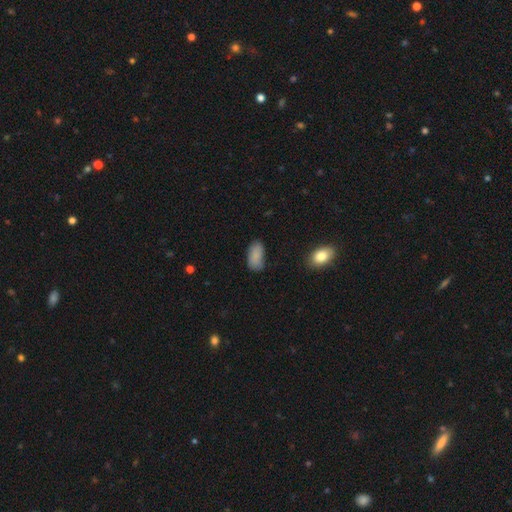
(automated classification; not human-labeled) Overall: smooth (87%). How rounded: in between (94%). Merging: none (72%).